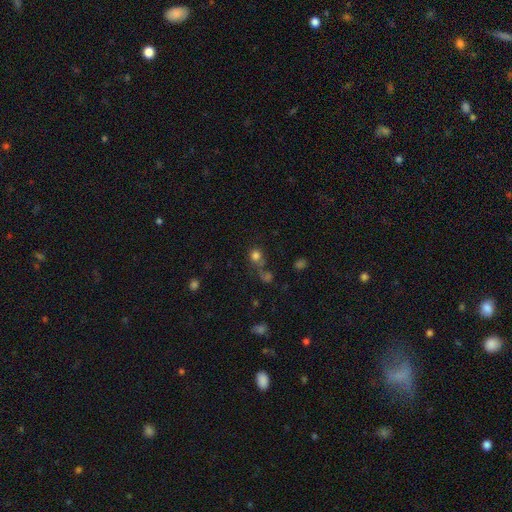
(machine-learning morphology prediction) smooth-or-featured: smooth: 76% | star or artifact: 15% | featured or disk: 8%
  how-rounded: round: 86% | in between: 13% | cigar-shaped: 1%
  merging: none: 52% | merger: 25% | minor disturbance: 12% | major disturbance: 11%